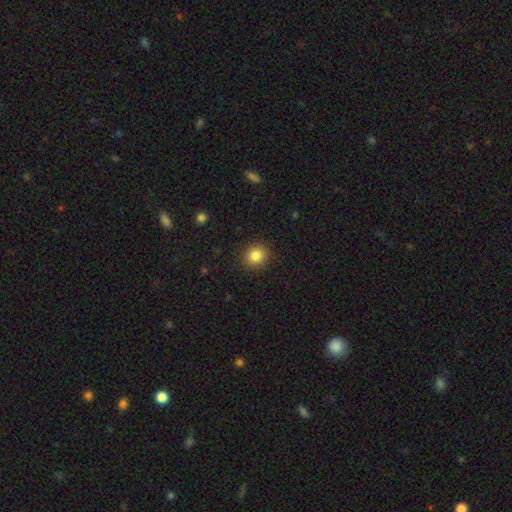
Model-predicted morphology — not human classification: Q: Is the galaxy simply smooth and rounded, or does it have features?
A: smooth — 84%.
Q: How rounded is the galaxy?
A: round — 89%.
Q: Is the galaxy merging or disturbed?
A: none — 91%.